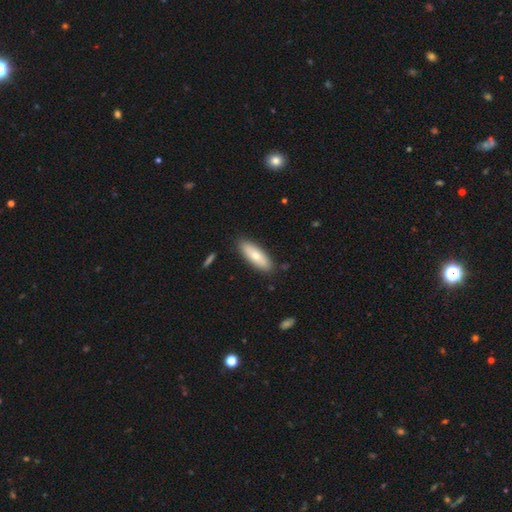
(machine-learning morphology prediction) This appears to be a smooth galaxy with no disk features (68%) that is in between round and cigar-shaped (60%). Merging: none (86%).